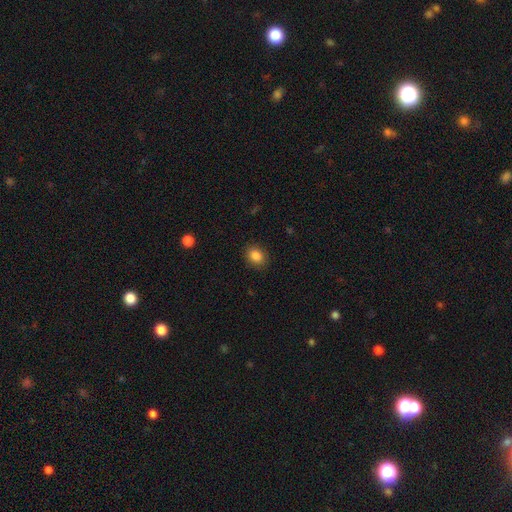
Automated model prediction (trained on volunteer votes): Smooth or featured: smooth — 85% (star or artifact — 9%)
How rounded: in between — 50% (round — 49%)
Merging: none — 88% (minor disturbance — 9%)